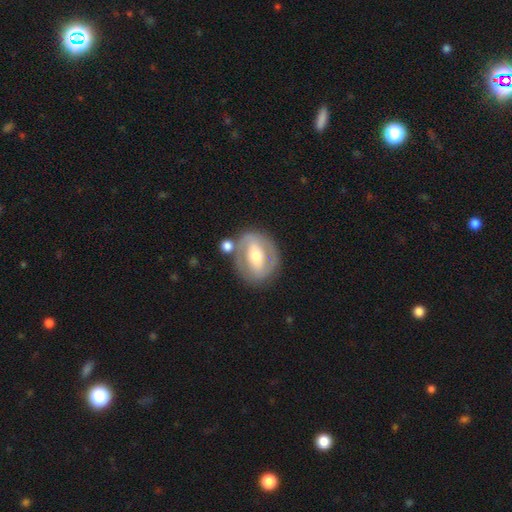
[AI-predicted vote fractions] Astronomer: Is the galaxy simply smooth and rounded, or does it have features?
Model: featured or disk — 68%.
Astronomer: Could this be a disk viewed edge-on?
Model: no — 94%.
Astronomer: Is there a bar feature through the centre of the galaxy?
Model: strong — 51% (runner-up: weak, 29%).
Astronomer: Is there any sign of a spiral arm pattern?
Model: no — 51% (runner-up: yes, 49%).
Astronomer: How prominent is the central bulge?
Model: moderate — 68%.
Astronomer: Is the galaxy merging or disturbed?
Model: none — 71%.